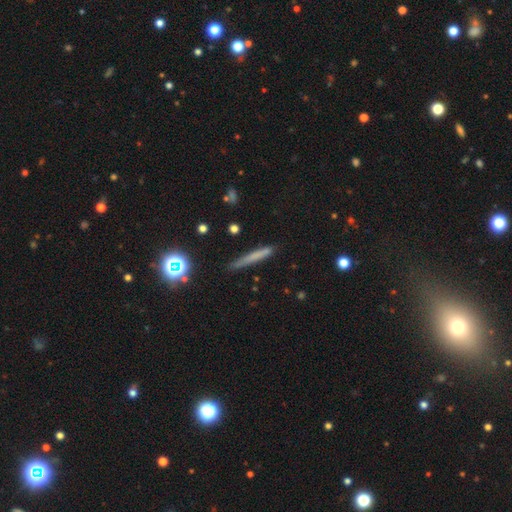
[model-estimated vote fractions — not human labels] smooth-or-featured: smooth: 63% | featured or disk: 25% | star or artifact: 13%
  how-rounded: cigar-shaped: 94% | in between: 4% | round: 3%
  merging: none: 79% | minor disturbance: 16% | major disturbance: 3% | merger: 2%